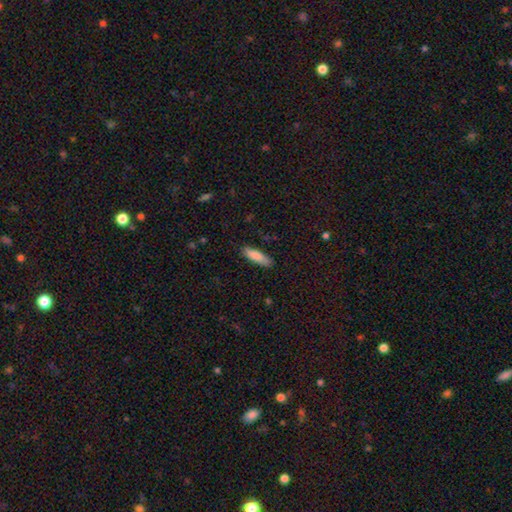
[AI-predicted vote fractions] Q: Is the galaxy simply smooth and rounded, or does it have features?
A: smooth — 85%.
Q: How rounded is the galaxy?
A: cigar-shaped — 61%.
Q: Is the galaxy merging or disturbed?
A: none — 85%.